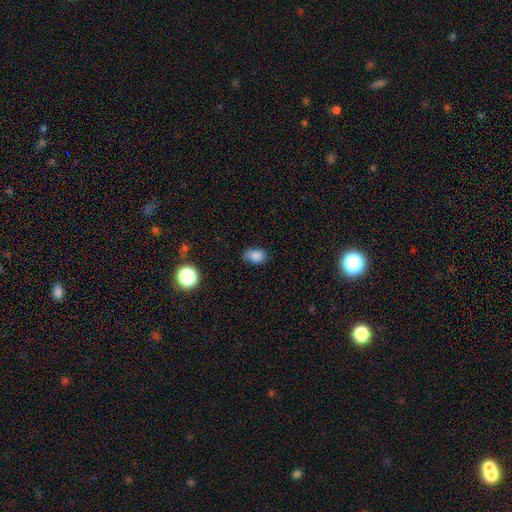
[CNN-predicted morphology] A smooth galaxy with no disk features (83%) that is in between round and cigar-shaped (76%).

Vote fractions:
- Smooth or featured? smooth: 83% / star or artifact: 11% / featured or disk: 6%
- How rounded? in between: 76% / round: 23% / cigar-shaped: 1%
- Merging? none: 63% / minor disturbance: 29% / major disturbance: 6% / merger: 2%